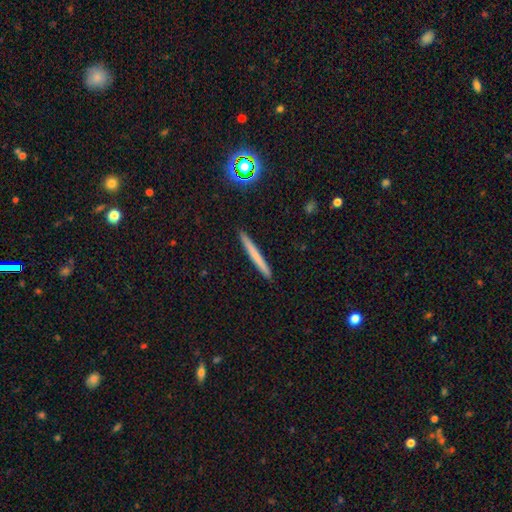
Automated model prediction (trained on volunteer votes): Smooth or featured? Predicted: smooth (p=0.65). How rounded? Predicted: cigar-shaped (p=0.97). Merging? Predicted: none (p=0.93).